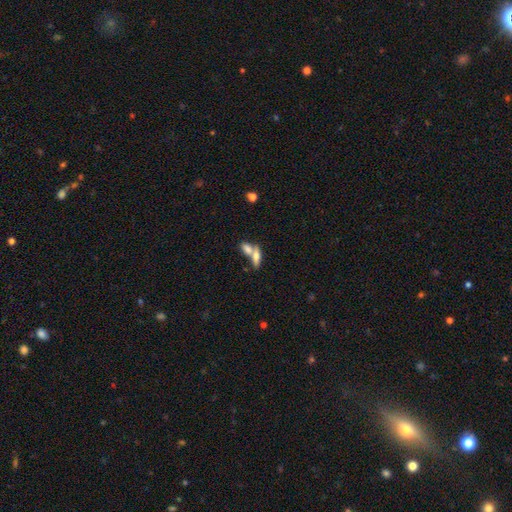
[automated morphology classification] smooth 64%, featured or disk 28%, star or artifact 8%. Down the decision tree: how rounded — in between (64%); merging — merger (58%).